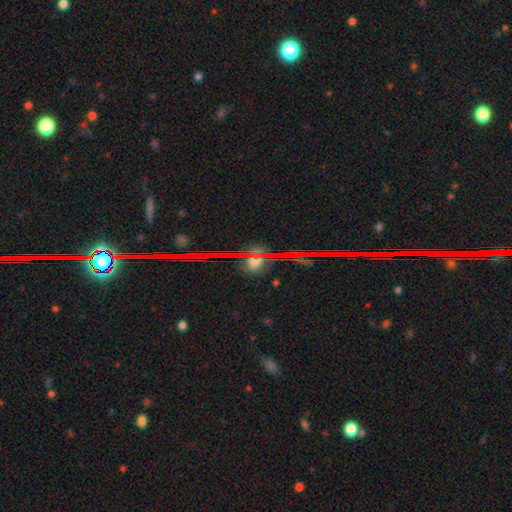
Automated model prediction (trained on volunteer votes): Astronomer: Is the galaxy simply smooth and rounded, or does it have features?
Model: star or artifact — 75%.